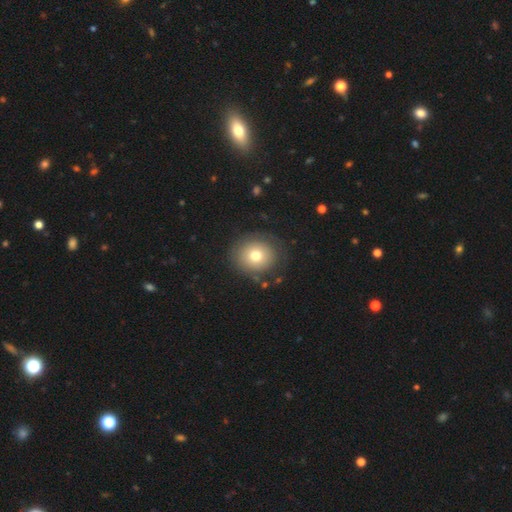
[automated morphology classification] This appears to be a smooth galaxy with no disk features (72%) that is round (83%). Merging: none (79%).